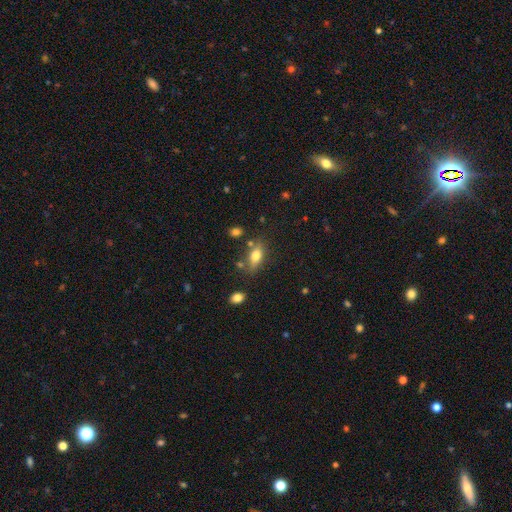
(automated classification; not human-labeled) smooth-or-featured: smooth: 74% | featured or disk: 17% | star or artifact: 9%
  how-rounded: in between: 82% | cigar-shaped: 11% | round: 7%
  merging: none: 70% | minor disturbance: 16% | merger: 8% | major disturbance: 5%